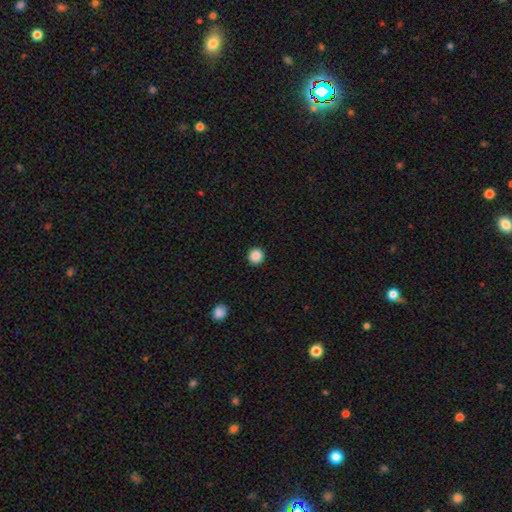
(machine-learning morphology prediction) The model was most divided on "smooth or featured": smooth: 88%, star or artifact: 10%, featured or disk: 3%. More confident: merging — none (93%); how rounded — round (93%).